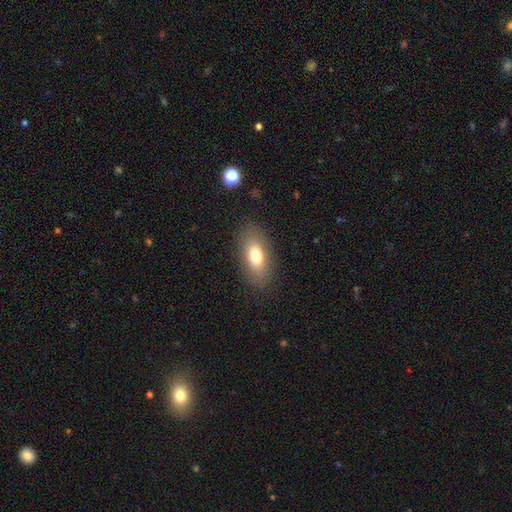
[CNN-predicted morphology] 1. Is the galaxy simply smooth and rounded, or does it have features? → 75% smooth, 17% featured or disk, 8% star or artifact.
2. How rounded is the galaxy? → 85% in between, 10% cigar-shaped, 5% round.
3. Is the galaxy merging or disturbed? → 85% none, 10% minor disturbance, 4% major disturbance, 1% merger.